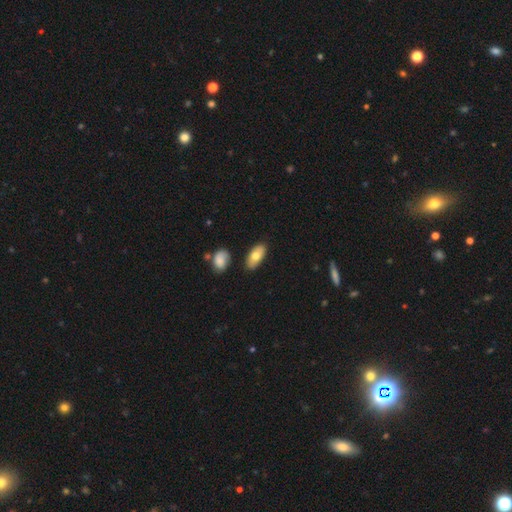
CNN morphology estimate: smooth 74%, featured or disk 20%, star or artifact 6%. Down the decision tree: how rounded — in between (90%); merging — none (82%).